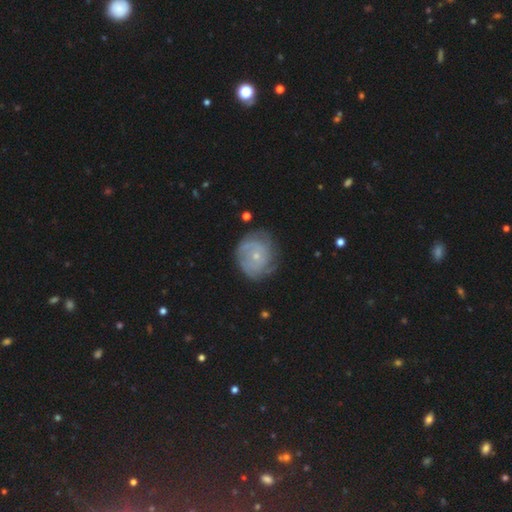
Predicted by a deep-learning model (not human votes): A featured or disk galaxy (64%) with no bar (82%), tight (62%) spiral arms (82%) and a small central bulge (77%).

Vote fractions:
- Smooth or featured? featured or disk: 64% / smooth: 28% / star or artifact: 8%
- Edge-on disk? no: 97% / yes: 3%
- Bar? no: 82% / weak: 15% / strong: 2%
- Spiral arms? yes: 82% / no: 18%
- Spiral winding? tight: 62% / medium: 27% / loose: 11%
- Spiral arm count? can't tell: 46% / 2: 23% / 3: 13% / 1: 6% / 4: 6% / more than 4: 5%
- Bulge size? small: 77% / moderate: 19% / none: 2% / large: 1% / dominant: 1%
- Merging? none: 67% / minor disturbance: 22% / major disturbance: 9% / merger: 2%